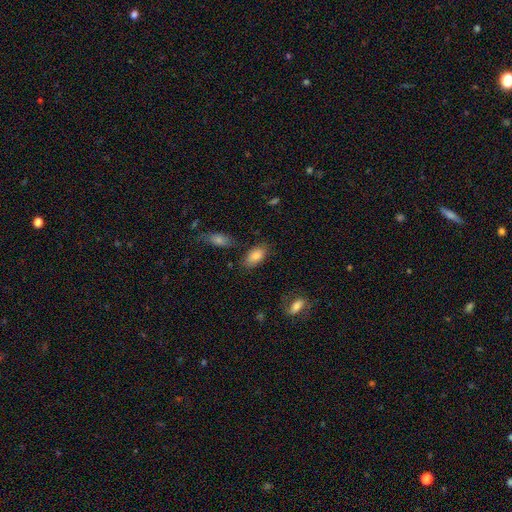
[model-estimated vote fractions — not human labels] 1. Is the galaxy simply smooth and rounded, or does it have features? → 84% smooth, 8% featured or disk, 8% star or artifact.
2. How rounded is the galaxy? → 93% in between, 4% round, 3% cigar-shaped.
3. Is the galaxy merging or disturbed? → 75% none, 16% minor disturbance, 4% merger, 4% major disturbance.